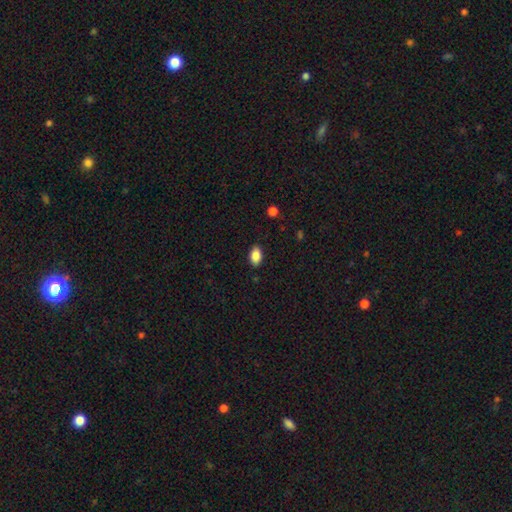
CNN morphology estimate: smooth_or_featured: smooth (p=0.87) [alt: star or artifact p=0.08]
how_rounded: in between (p=0.90) [alt: round p=0.08]
merging: none (p=0.87) [alt: minor disturbance p=0.09]